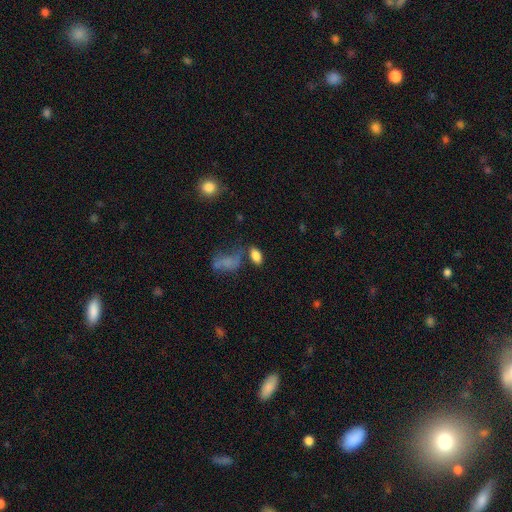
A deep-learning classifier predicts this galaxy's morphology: A smooth galaxy with no disk features (82%) that is in between round and cigar-shaped (91%). Merging: none (61%).